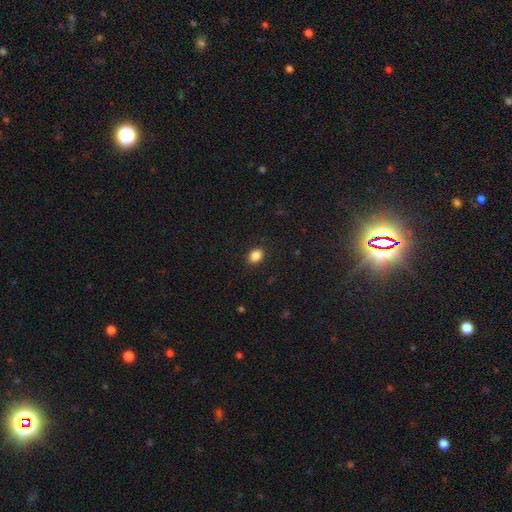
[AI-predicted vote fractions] A smooth galaxy with no disk features (86%) that is in between round and cigar-shaped (70%). Merging: none (89%).